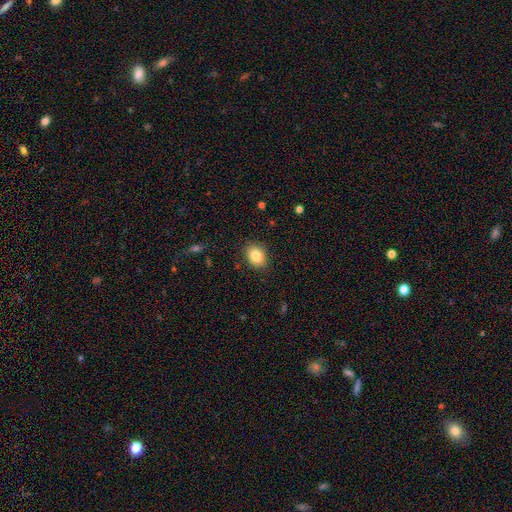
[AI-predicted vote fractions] Smooth or featured? smooth (84%)
How rounded? in between (57%)
Merging? none (87%)